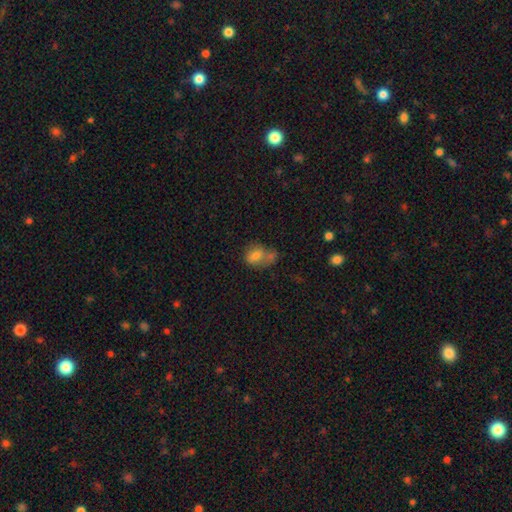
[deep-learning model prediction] smooth_or_featured: smooth (p=0.75) [alt: featured or disk p=0.15]
how_rounded: in between (p=0.62) [alt: round p=0.37]
merging: merger (p=0.43) [alt: none p=0.30]